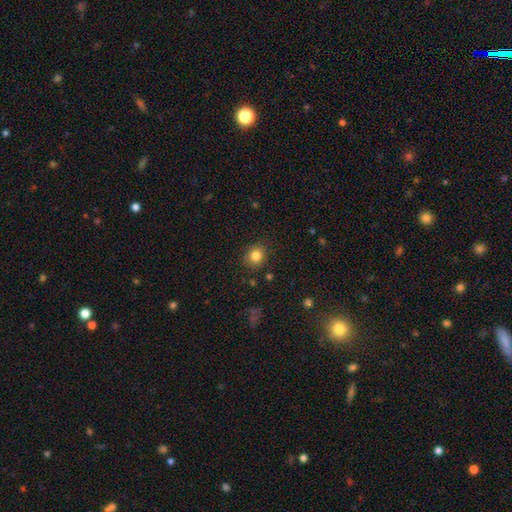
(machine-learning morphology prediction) smooth_or_featured: smooth (p=0.83) [alt: star or artifact p=0.11]
how_rounded: round (p=0.77) [alt: in between p=0.22]
merging: none (p=0.85) [alt: minor disturbance p=0.10]